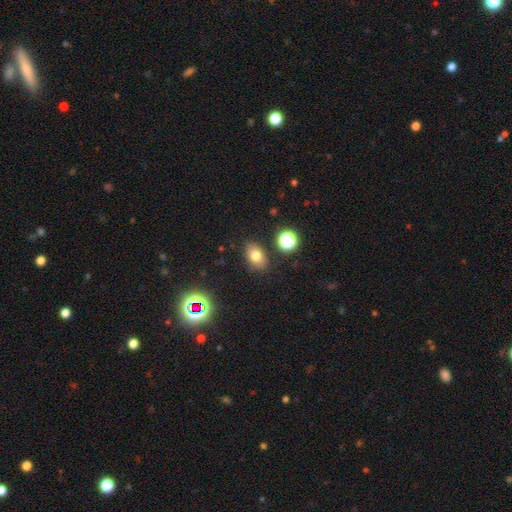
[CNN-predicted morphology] smooth-or-featured: smooth: 74% | star or artifact: 15% | featured or disk: 11%
  how-rounded: in between: 77% | round: 21% | cigar-shaped: 1%
  merging: none: 83% | minor disturbance: 10% | merger: 3% | major disturbance: 3%